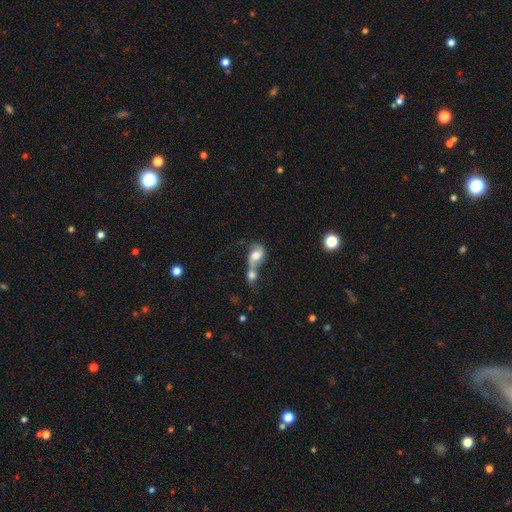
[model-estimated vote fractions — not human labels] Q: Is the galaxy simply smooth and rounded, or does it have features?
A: smooth — 49%.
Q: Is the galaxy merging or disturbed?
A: merger — 77%.